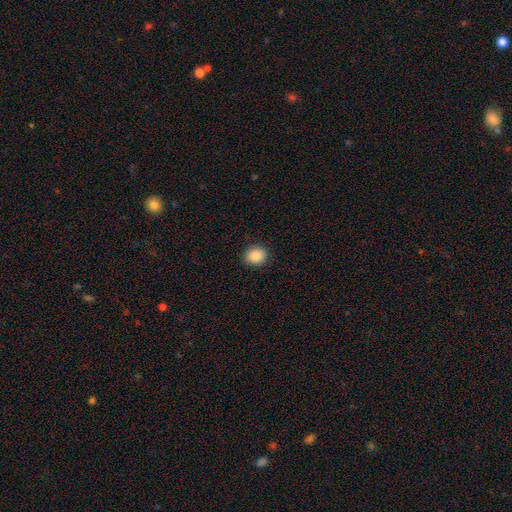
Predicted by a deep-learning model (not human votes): Smooth or featured: smooth — 88% (star or artifact — 8%)
How rounded: round — 64% (in between — 35%)
Merging: none — 89% (minor disturbance — 8%)